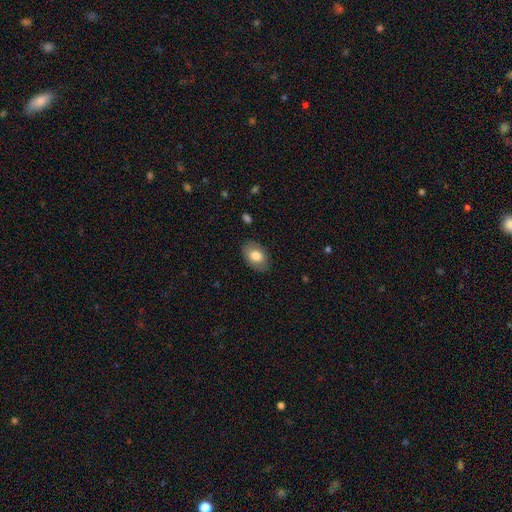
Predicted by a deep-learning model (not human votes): This is likely a smooth galaxy (78%). How rounded: clearly in between (85%). Merging: clearly none (85%).